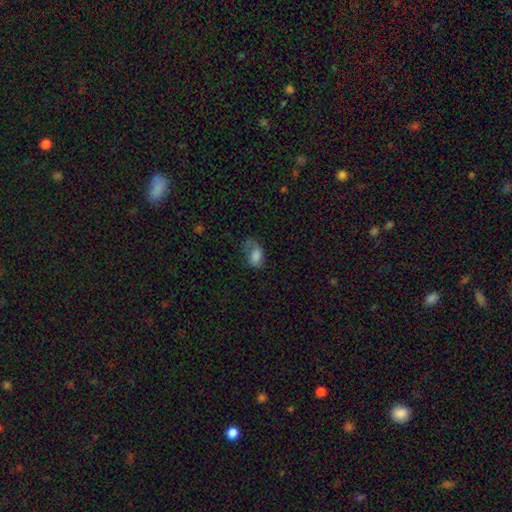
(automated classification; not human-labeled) The model was most divided on "merging": major disturbance: 41%, none: 30%, minor disturbance: 26%, merger: 3%. More confident: how rounded — in between (84%); smooth or featured — smooth (66%).